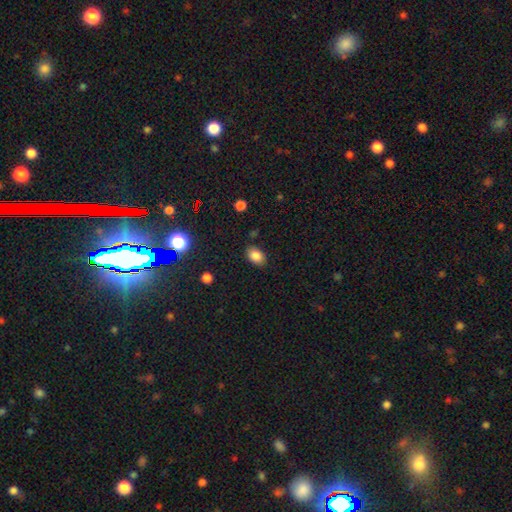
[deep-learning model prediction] Q: Smooth or featured?
A: smooth (84%); runner-up: star or artifact (10%)
Q: How rounded?
A: in between (83%); runner-up: round (16%)
Q: Merging?
A: none (83%); runner-up: minor disturbance (12%)